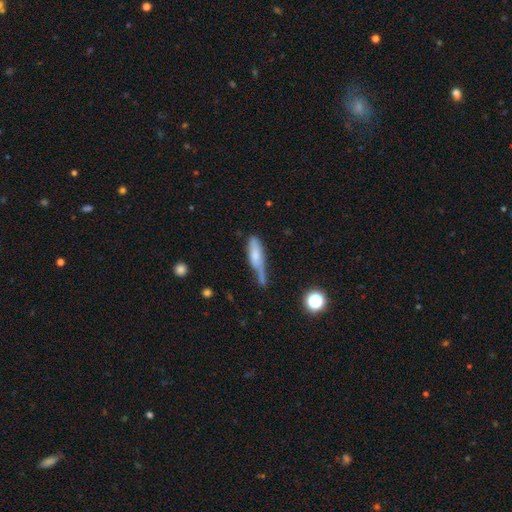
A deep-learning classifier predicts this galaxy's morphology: This is likely a smooth galaxy (63%). How rounded: likely cigar-shaped (63%). Merging: marginally none (34%, tied with minor disturbance).